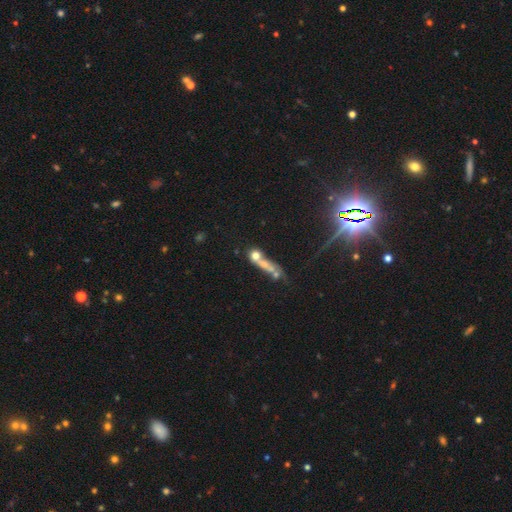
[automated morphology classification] Overall: smooth (53%; featured or disk 30%). How rounded: round (48%; cigar-shaped 27%). Merging: merger (51%; none 28%).